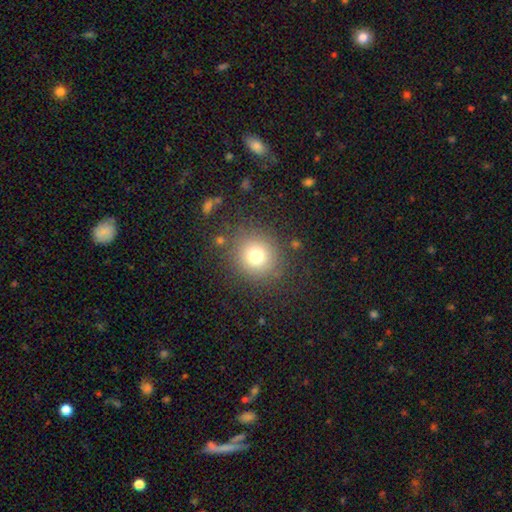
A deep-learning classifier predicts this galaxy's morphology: smooth 75%, star or artifact 15%, featured or disk 10%. Down the decision tree: how rounded — round (90%); merging — none (84%).